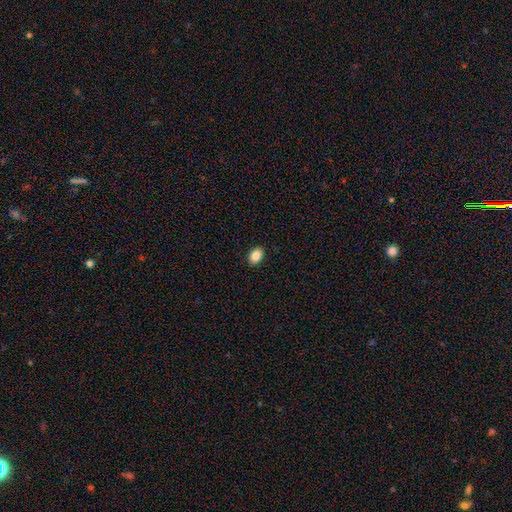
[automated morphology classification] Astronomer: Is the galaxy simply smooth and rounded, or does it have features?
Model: smooth — 86%.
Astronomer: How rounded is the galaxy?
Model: in between — 80%.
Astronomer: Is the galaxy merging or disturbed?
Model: none — 90%.